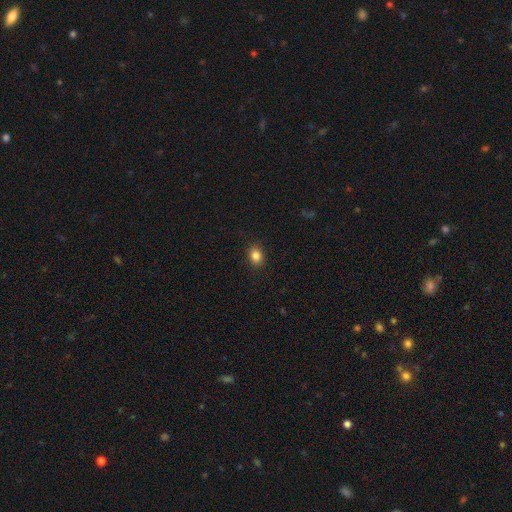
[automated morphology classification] This appears to be a smooth galaxy with no disk features (85%) that is in between round and cigar-shaped (52%). Merging: none (90%).